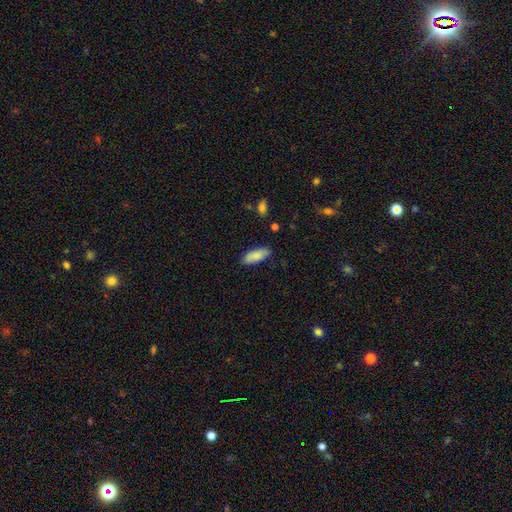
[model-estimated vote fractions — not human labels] smooth-or-featured: smooth: 87% | featured or disk: 7% | star or artifact: 6%
  how-rounded: in between: 77% | cigar-shaped: 21% | round: 2%
  merging: none: 84% | minor disturbance: 13% | major disturbance: 2% | merger: 1%